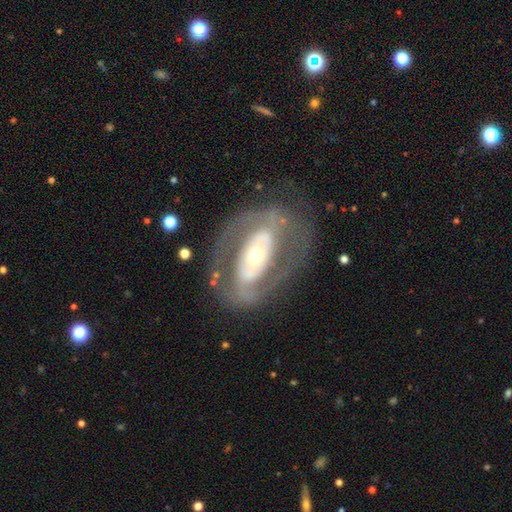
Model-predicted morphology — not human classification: type=featured or disk (81%); edge-on=no (94%); bar=no (47%); spiral arms=yes (68%); winding=medium (41%, tied with tight); arm count=2 (79%); bulge=moderate (58%); merging=none (70%).